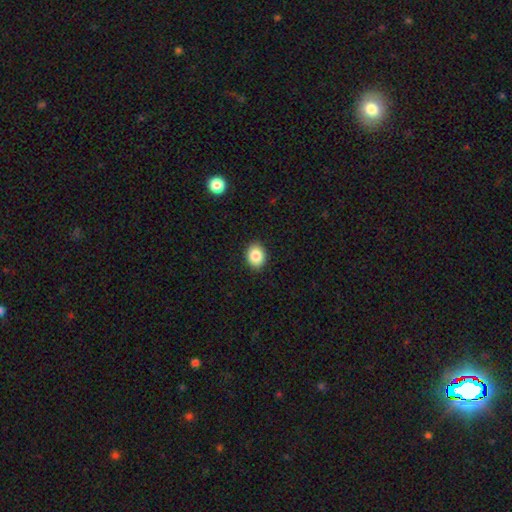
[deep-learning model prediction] Overall: smooth (87%). How rounded: in between (58%; round 41%). Merging: none (90%).